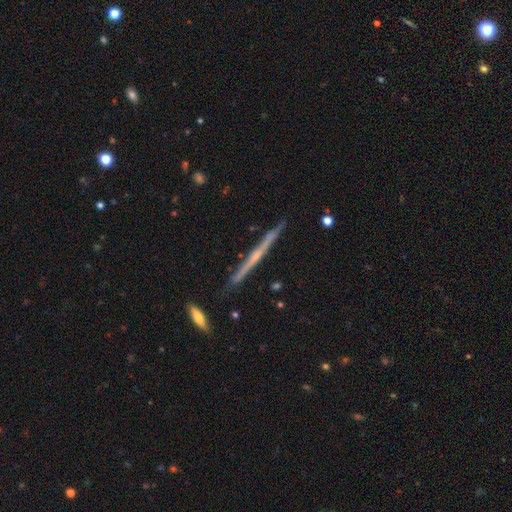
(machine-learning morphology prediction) Smooth or featured? Predicted: featured or disk (p=0.73). Edge-on disk? Predicted: yes (p=0.98). Edge-on bulge? Predicted: rounded (p=0.47, tied with none). Merging? Predicted: none (p=0.88).